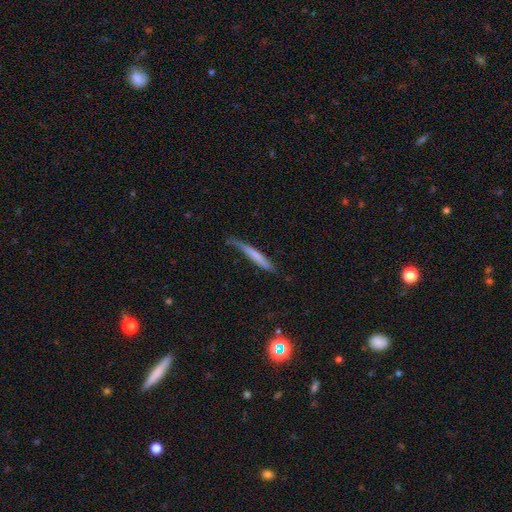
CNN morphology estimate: Q: Smooth or featured?
A: smooth (65%); runner-up: featured or disk (29%)
Q: How rounded?
A: cigar-shaped (95%); runner-up: in between (3%)
Q: Merging?
A: none (62%); runner-up: minor disturbance (28%)